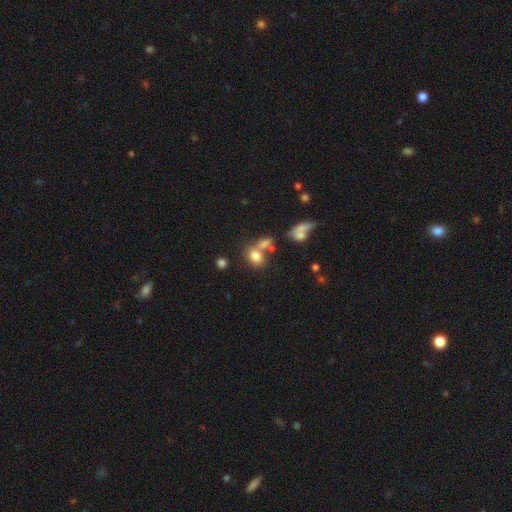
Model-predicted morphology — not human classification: A smooth galaxy with no disk features (76%) that is in between round and cigar-shaped (63%).

Vote fractions:
- Smooth or featured? smooth: 76% / star or artifact: 13% / featured or disk: 11%
- How rounded? in between: 63% / round: 35% / cigar-shaped: 2%
- Merging? none: 43% / merger: 39% / minor disturbance: 11% / major disturbance: 7%